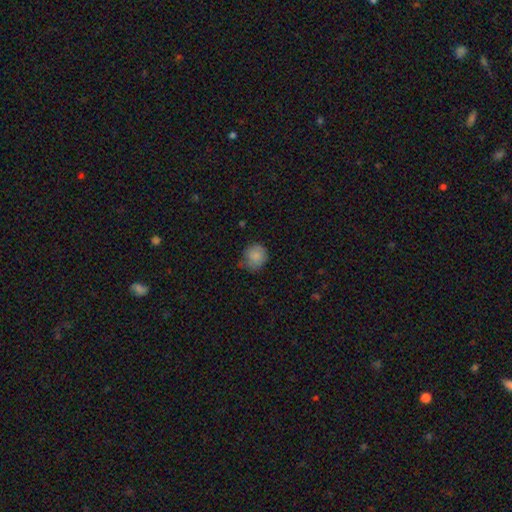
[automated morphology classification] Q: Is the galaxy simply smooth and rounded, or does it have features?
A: smooth — 84%.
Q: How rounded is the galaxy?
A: round — 83%.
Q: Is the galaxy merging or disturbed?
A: none — 61%.